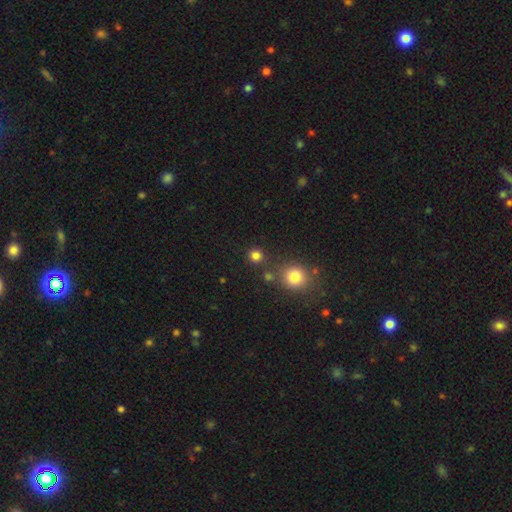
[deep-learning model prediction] A smooth galaxy with no disk features (81%) that is round (92%).

Vote fractions:
- Smooth or featured? smooth: 81% / star or artifact: 15% / featured or disk: 4%
- How rounded? round: 92% / in between: 7% / cigar-shaped: 1%
- Merging? none: 84% / merger: 7% / minor disturbance: 6% / major disturbance: 3%